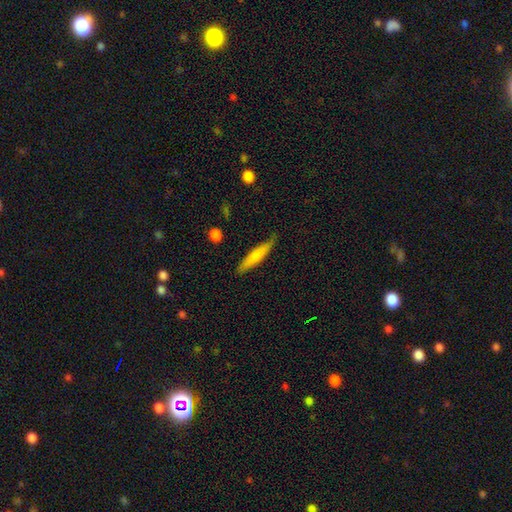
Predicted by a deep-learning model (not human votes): Q: Smooth or featured?
A: smooth (69%); runner-up: featured or disk (26%)
Q: How rounded?
A: cigar-shaped (88%); runner-up: in between (11%)
Q: Merging?
A: none (78%); runner-up: minor disturbance (17%)